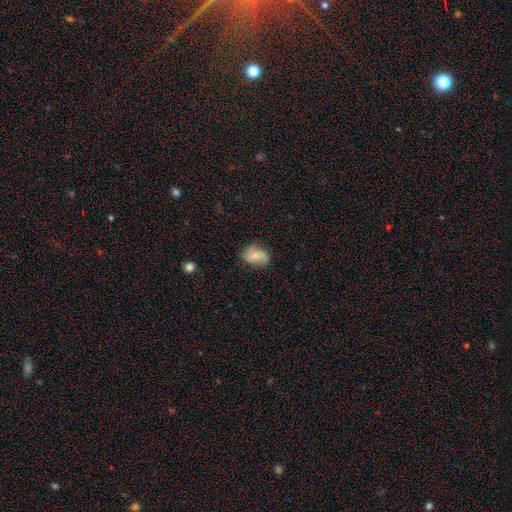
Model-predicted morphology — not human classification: Smooth or featured? Predicted: smooth (p=0.51). How rounded? Predicted: in between (p=0.74). Merging? Predicted: none (p=0.71).